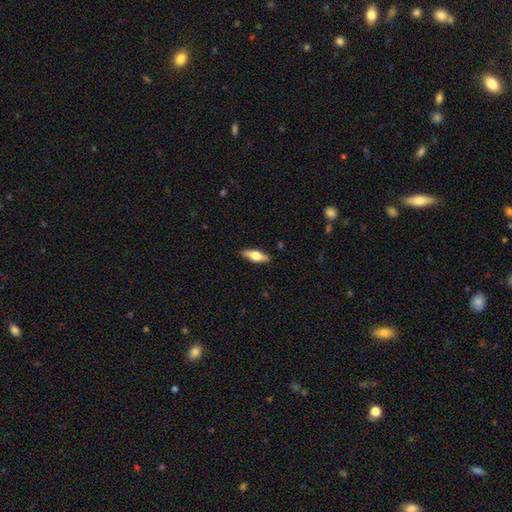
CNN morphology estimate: A smooth galaxy with no disk features (53%) that is in between round and cigar-shaped (58%). Merging: none (88%).